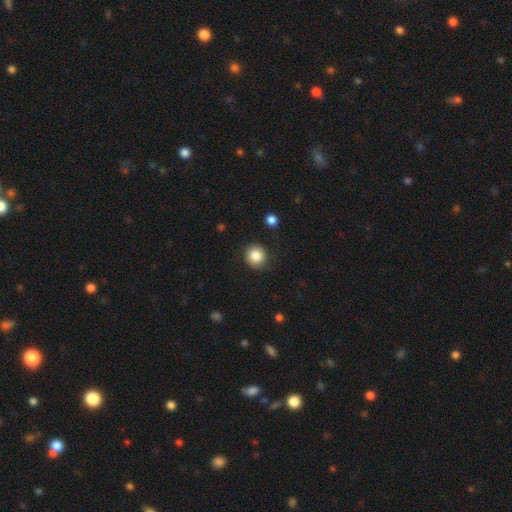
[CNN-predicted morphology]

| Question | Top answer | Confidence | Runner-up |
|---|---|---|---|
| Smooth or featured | smooth | 85% | star or artifact (9%) |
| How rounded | round | 92% | in between (7%) |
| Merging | none | 89% | minor disturbance (7%) |